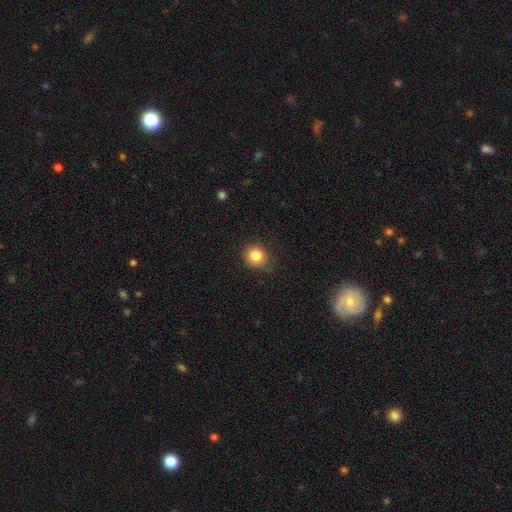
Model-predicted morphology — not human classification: This is clearly a smooth galaxy (83%). How rounded: clearly round (86%). Merging: clearly none (82%).